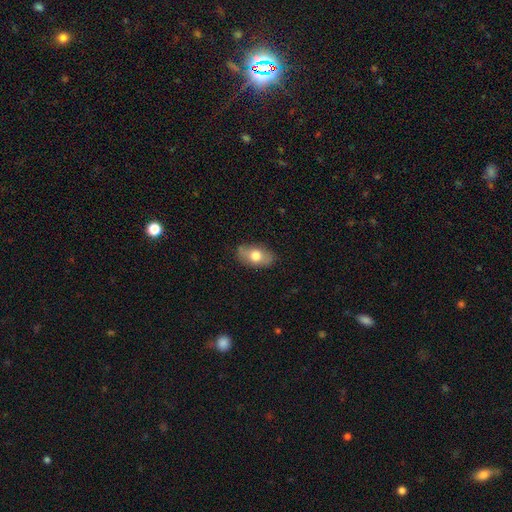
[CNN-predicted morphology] The model was most divided on "smooth or featured": smooth: 68%, featured or disk: 25%, star or artifact: 7%. More confident: how rounded — in between (89%); merging — none (79%).